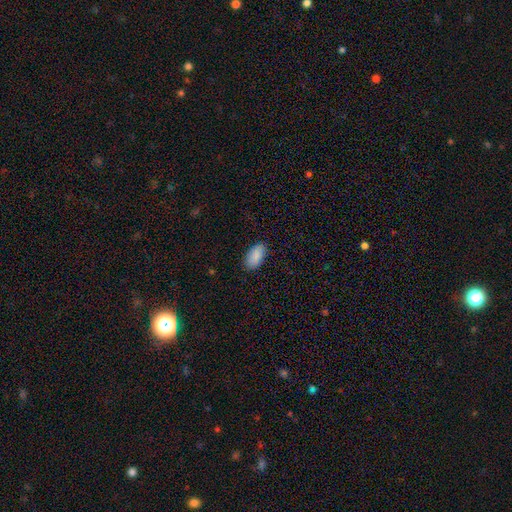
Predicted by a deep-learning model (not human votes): A smooth galaxy with no disk features (90%) that is in between round and cigar-shaped (95%). Merging: none (86%).